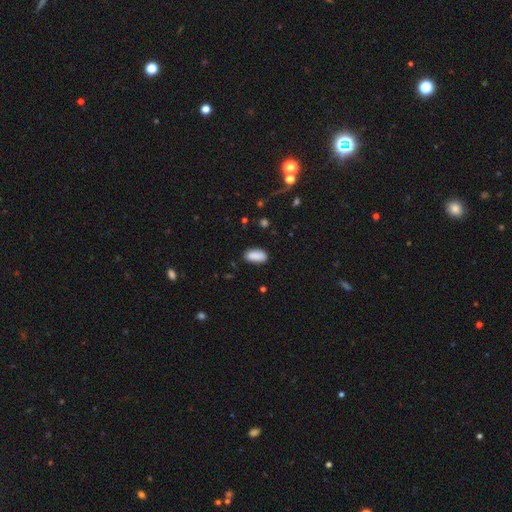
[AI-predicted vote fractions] smooth-or-featured: smooth: 88% | star or artifact: 8% | featured or disk: 4%
  how-rounded: in between: 92% | cigar-shaped: 5% | round: 3%
  merging: none: 79% | minor disturbance: 15% | major disturbance: 3% | merger: 2%